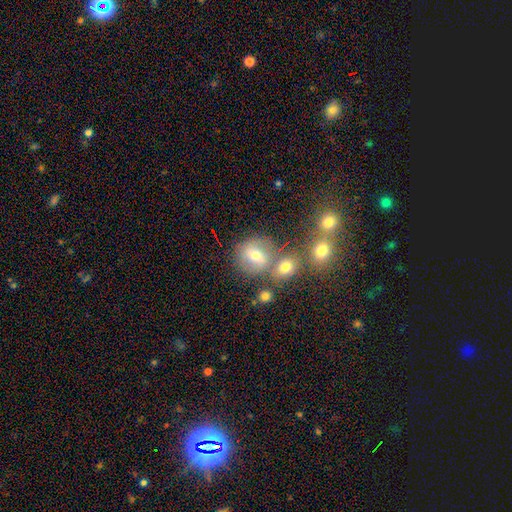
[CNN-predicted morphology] A smooth galaxy with no disk features (63%) that is round (77%). Merging: none (58%).